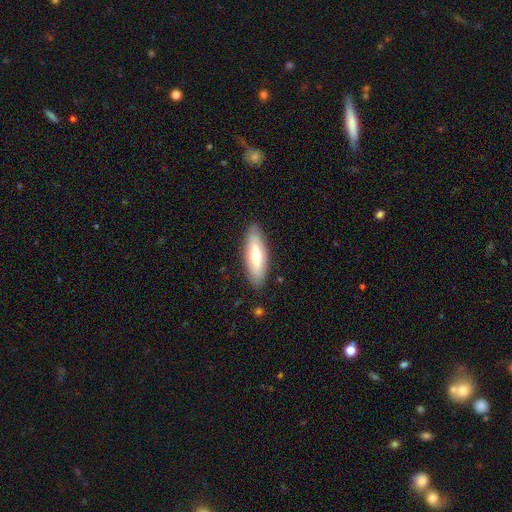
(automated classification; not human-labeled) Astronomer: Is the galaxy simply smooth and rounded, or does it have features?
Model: smooth — 62%.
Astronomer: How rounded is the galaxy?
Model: in between — 56% (runner-up: cigar-shaped, 42%).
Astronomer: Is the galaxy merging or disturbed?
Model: none — 88%.